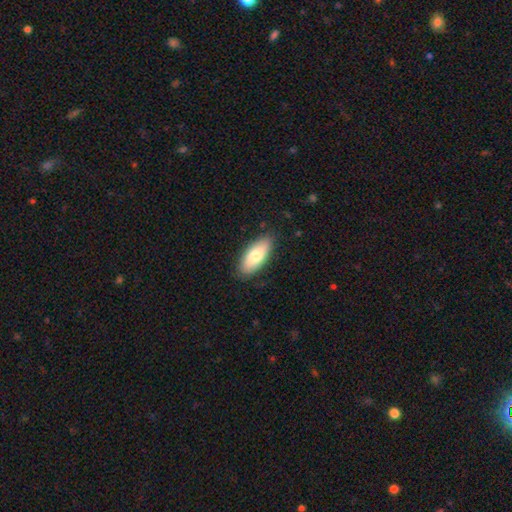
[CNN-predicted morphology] A smooth galaxy with no disk features (76%) that is in between round and cigar-shaped (85%).

Vote fractions:
- Smooth or featured? smooth: 76% / featured or disk: 18% / star or artifact: 6%
- How rounded? in between: 85% / cigar-shaped: 13% / round: 2%
- Merging? none: 86% / minor disturbance: 11% / major disturbance: 2% / merger: 1%